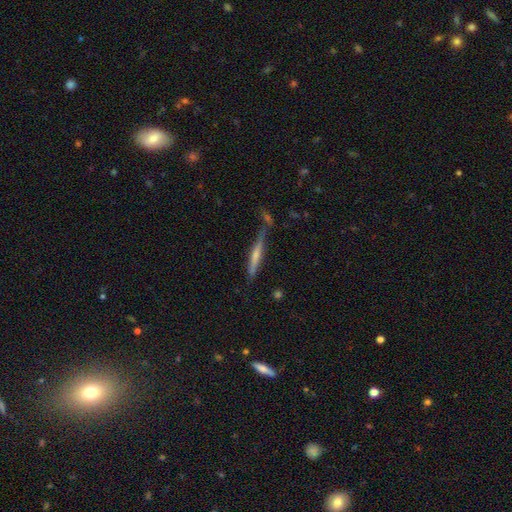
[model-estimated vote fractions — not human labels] This is possibly a featured or disk galaxy (49%). Merging: likely none (62%).